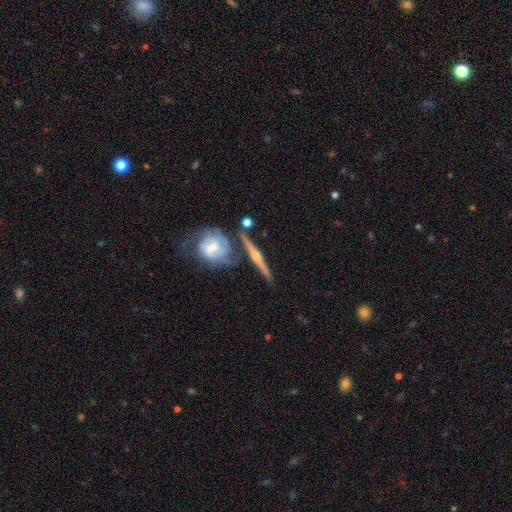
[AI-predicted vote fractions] This appears to be a featured or disk galaxy (81%) viewed edge-on (93%) with a rounded central bulge (86%). Merging: none (68%).